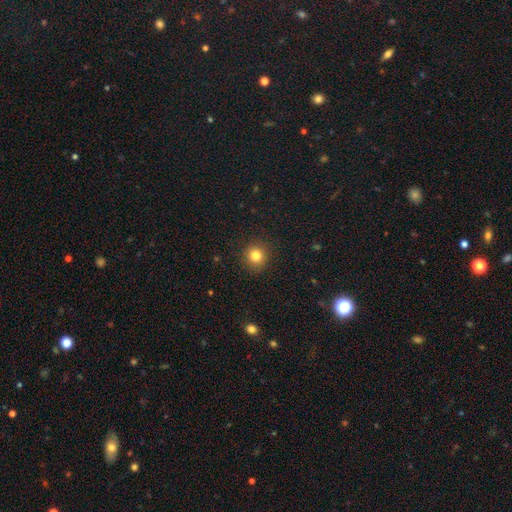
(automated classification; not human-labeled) smooth-or-featured: smooth: 82% | star or artifact: 12% | featured or disk: 6%
  how-rounded: round: 90% | in between: 9% | cigar-shaped: 1%
  merging: none: 91% | minor disturbance: 6% | major disturbance: 2% | merger: 1%